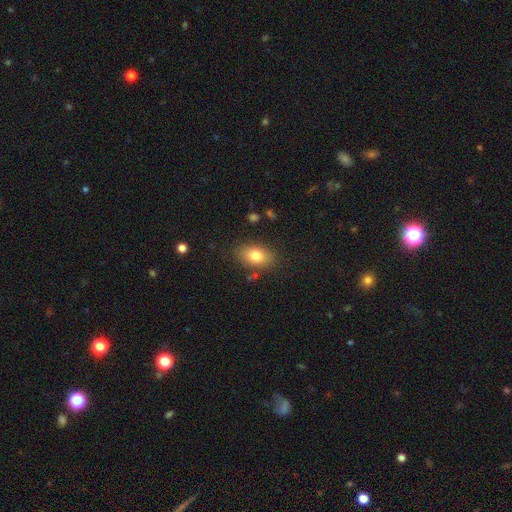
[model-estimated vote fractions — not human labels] smooth-or-featured: smooth: 80% | featured or disk: 12% | star or artifact: 9%
  how-rounded: in between: 86% | round: 12% | cigar-shaped: 2%
  merging: none: 82% | minor disturbance: 12% | major disturbance: 3% | merger: 3%